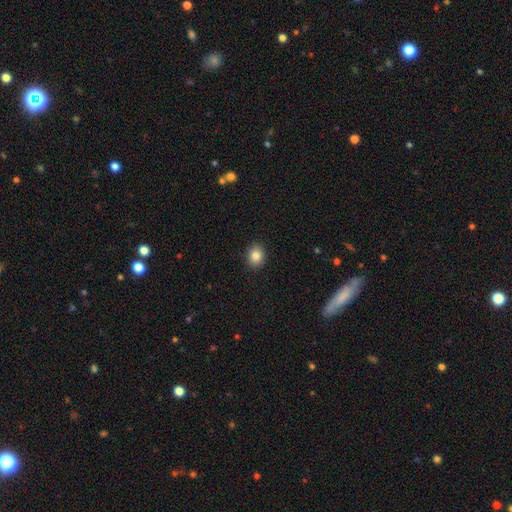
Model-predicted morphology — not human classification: Overall: smooth (84%). How rounded: round (58%; in between 42%). Merging: none (90%).